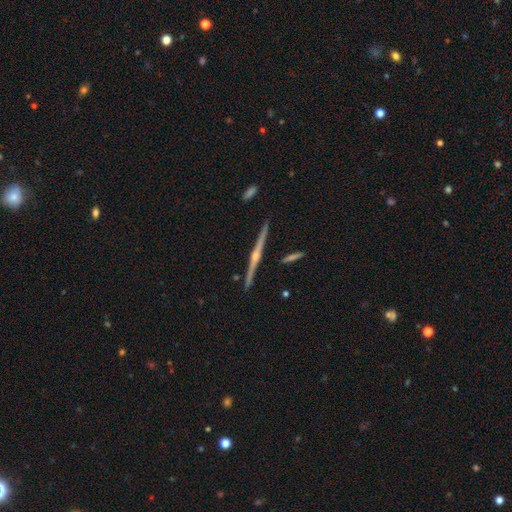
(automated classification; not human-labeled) Morphology: type=featured or disk (87%); edge-on=yes (99%); edge-on bulge=rounded (88%); merging=none (92%).